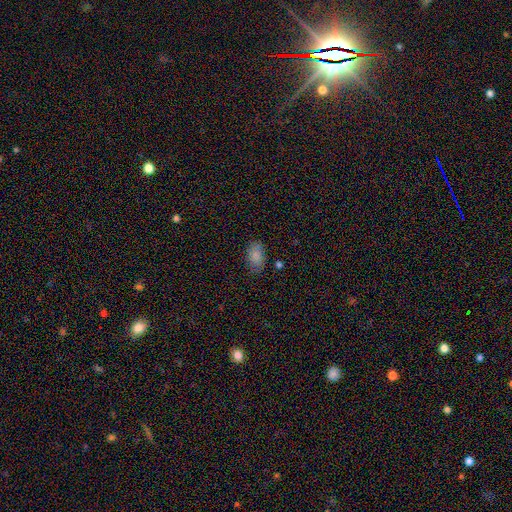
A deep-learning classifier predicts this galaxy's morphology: Overall: smooth (84%). How rounded: in between (92%). Merging: none (78%).